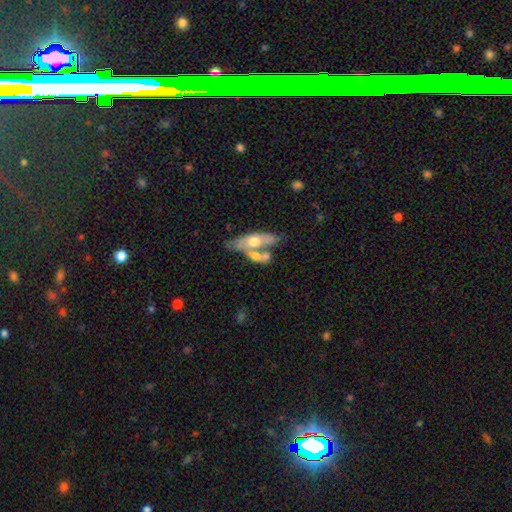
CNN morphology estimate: This appears to be a featured or disk galaxy (49%). Merging: merger (55%).